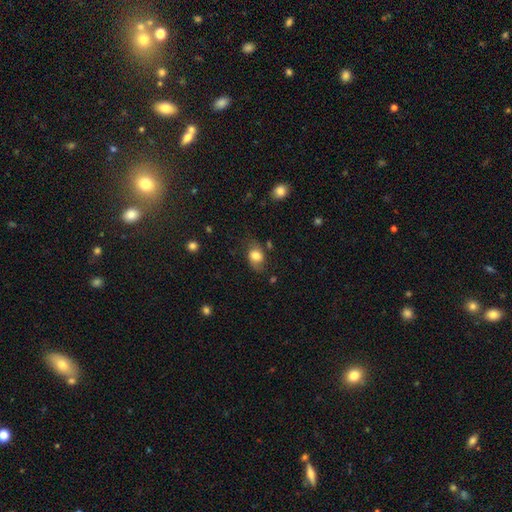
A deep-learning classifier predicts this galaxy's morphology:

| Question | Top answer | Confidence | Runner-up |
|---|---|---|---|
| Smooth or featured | smooth | 74% | featured or disk (18%) |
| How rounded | in between | 71% | round (27%) |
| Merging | none | 65% | minor disturbance (24%) |